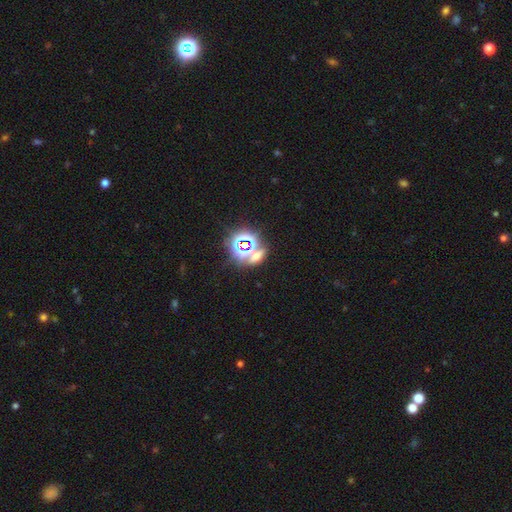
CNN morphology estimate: Smooth or featured?
  - star or artifact: 57% *
  - smooth: 31%
  - featured or disk: 12%